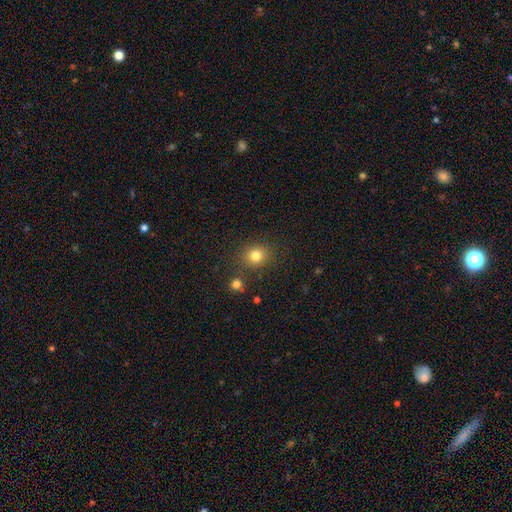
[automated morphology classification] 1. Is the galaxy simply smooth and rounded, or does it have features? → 80% smooth, 14% star or artifact, 6% featured or disk.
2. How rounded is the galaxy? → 75% round, 24% in between, 1% cigar-shaped.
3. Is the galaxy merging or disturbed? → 83% none, 9% minor disturbance, 5% merger, 3% major disturbance.